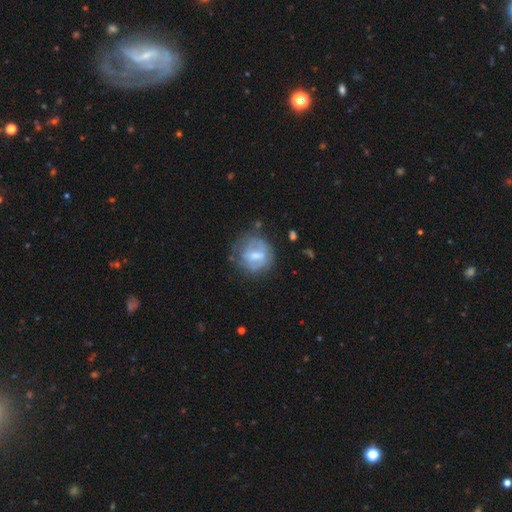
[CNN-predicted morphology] Smooth or featured? featured or disk (55%)
Edge-on disk? no (96%)
Bar? weak (51%)
Spiral arms? no (57%)
Bulge size? moderate (47%)
Merging? none (60%)